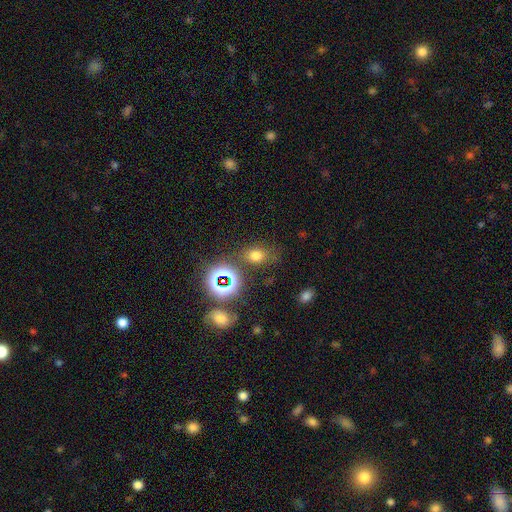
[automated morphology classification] smooth_or_featured: smooth (p=0.65) [alt: star or artifact p=0.26]
how_rounded: in between (p=0.60) [alt: round p=0.38]
merging: none (p=0.70) [alt: minor disturbance p=0.15]